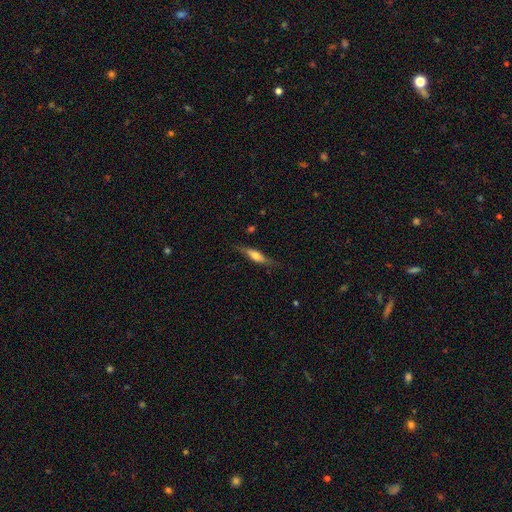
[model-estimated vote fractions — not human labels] Smooth or featured? featured or disk (52%)
Edge-on disk? yes (89%)
Merging? none (77%)